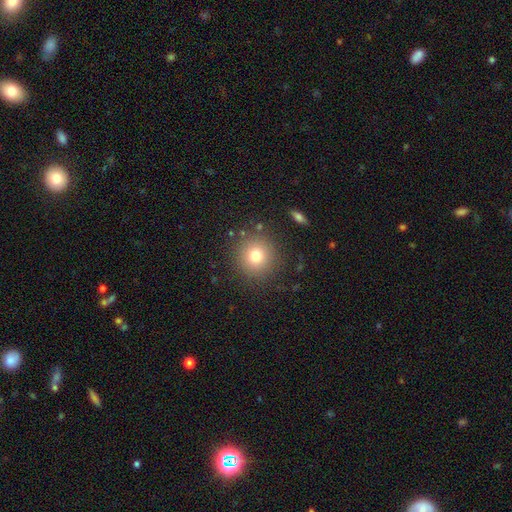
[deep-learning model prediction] smooth-or-featured: smooth: 78% | star or artifact: 12% | featured or disk: 10%
  how-rounded: round: 93% | in between: 6% | cigar-shaped: 1%
  merging: none: 86% | minor disturbance: 8% | major disturbance: 4% | merger: 2%